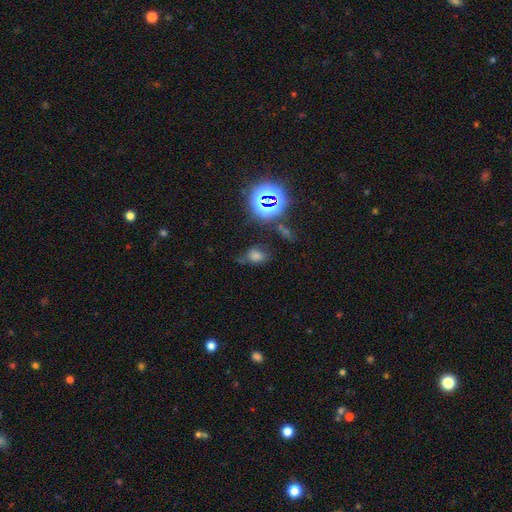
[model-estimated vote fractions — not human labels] Smooth or featured?
  - smooth: 48% *
  - star or artifact: 40%
  - featured or disk: 12%
Merging?
  - none: 63% *
  - minor disturbance: 22%
  - major disturbance: 9%
  - merger: 5%